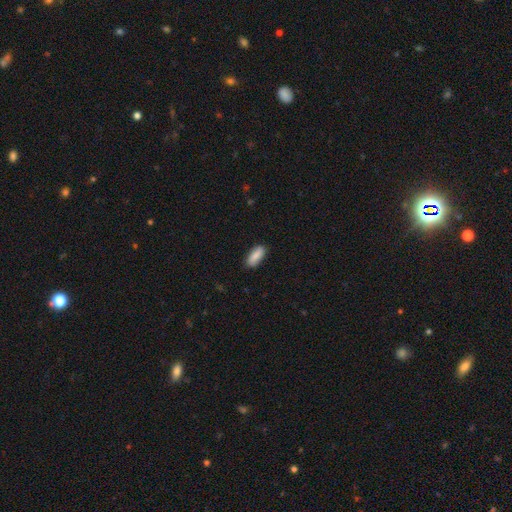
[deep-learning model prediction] This appears to be a smooth galaxy with no disk features (86%) that is in between round and cigar-shaped (77%). Merging: none (85%).